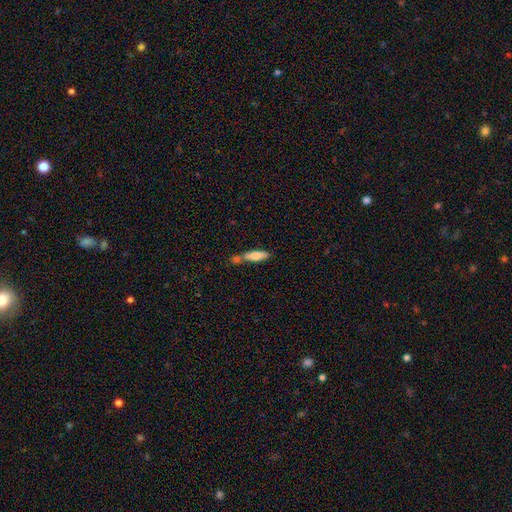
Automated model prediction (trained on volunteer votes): A smooth galaxy with no disk features (71%) that is cigar-shaped (64%).

Vote fractions:
- Smooth or featured? smooth: 71% / featured or disk: 23% / star or artifact: 7%
- How rounded? cigar-shaped: 64% / in between: 34% / round: 2%
- Merging? none: 44% / merger: 36% / minor disturbance: 15% / major disturbance: 5%